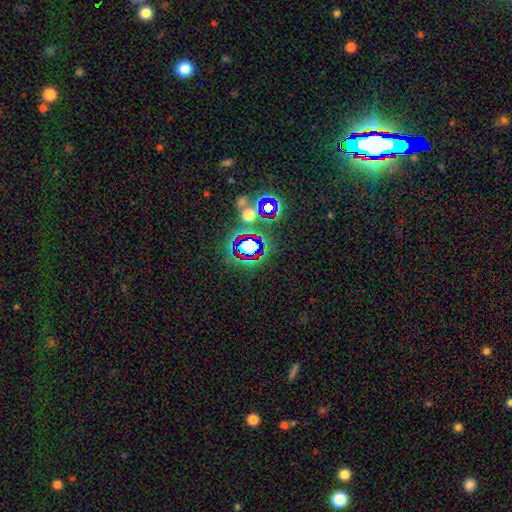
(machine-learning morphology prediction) The model was most divided on "smooth or featured": star or artifact: 65%, smooth: 22%, featured or disk: 13%.